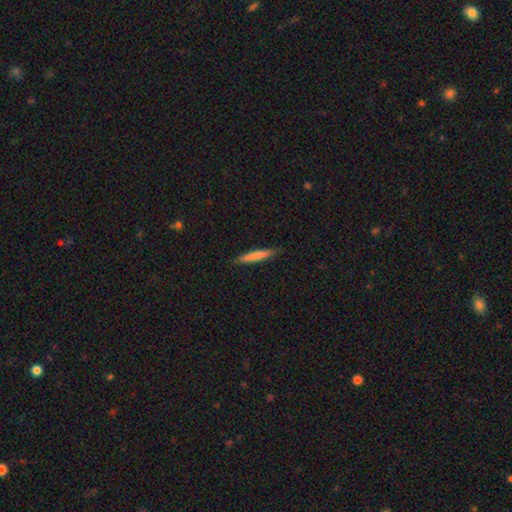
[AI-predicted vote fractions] Smooth or featured? Predicted: smooth (p=0.76). How rounded? Predicted: cigar-shaped (p=0.92). Merging? Predicted: none (p=0.87).